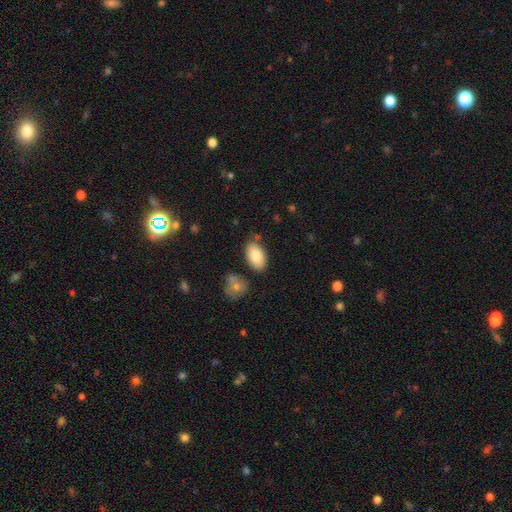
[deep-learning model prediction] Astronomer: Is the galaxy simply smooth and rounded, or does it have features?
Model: smooth — 83%.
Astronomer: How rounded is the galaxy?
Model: in between — 94%.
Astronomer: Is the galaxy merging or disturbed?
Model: none — 76%.